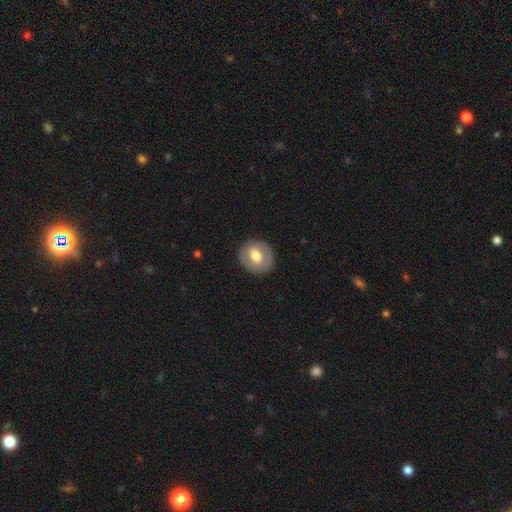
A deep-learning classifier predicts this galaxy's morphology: Q: Smooth or featured?
A: smooth (55%); runner-up: featured or disk (38%)
Q: How rounded?
A: round (67%); runner-up: in between (32%)
Q: Merging?
A: none (86%); runner-up: minor disturbance (10%)